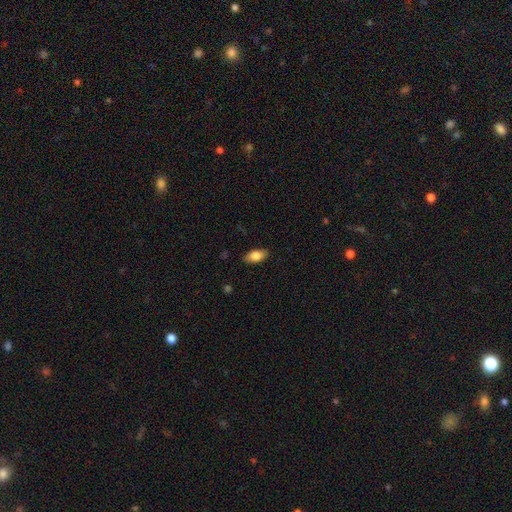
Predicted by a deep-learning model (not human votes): smooth_or_featured: smooth (p=0.83) [alt: featured or disk p=0.11]
how_rounded: in between (p=0.91) [alt: cigar-shaped p=0.06]
merging: none (p=0.87) [alt: minor disturbance p=0.10]